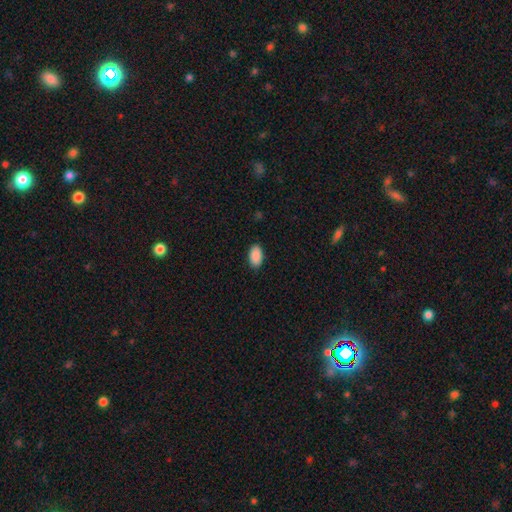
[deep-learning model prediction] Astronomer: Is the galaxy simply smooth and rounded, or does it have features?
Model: smooth — 91%.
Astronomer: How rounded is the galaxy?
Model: in between — 95%.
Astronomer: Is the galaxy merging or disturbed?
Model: none — 88%.